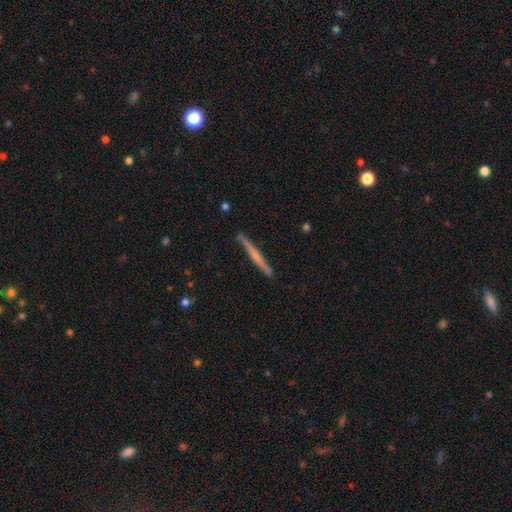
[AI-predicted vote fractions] Smooth or featured? Predicted: featured or disk (p=0.56). Edge-on disk? Predicted: yes (p=0.97). Edge-on bulge? Predicted: none (p=0.59). Merging? Predicted: none (p=0.88).